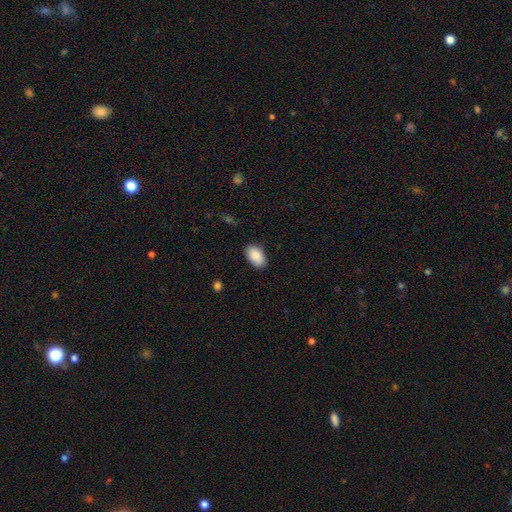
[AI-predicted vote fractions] A smooth galaxy with no disk features (90%) that is in between round and cigar-shaped (93%). Merging: none (85%).